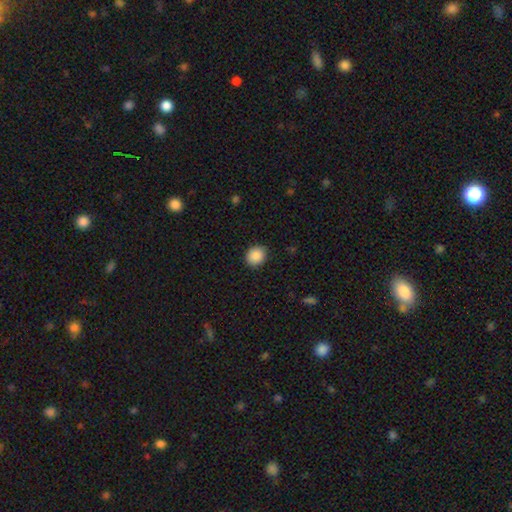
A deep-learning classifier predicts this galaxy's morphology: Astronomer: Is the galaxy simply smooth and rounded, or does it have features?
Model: smooth — 89%.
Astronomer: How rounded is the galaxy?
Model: round — 69%.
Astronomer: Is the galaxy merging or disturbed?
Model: none — 88%.